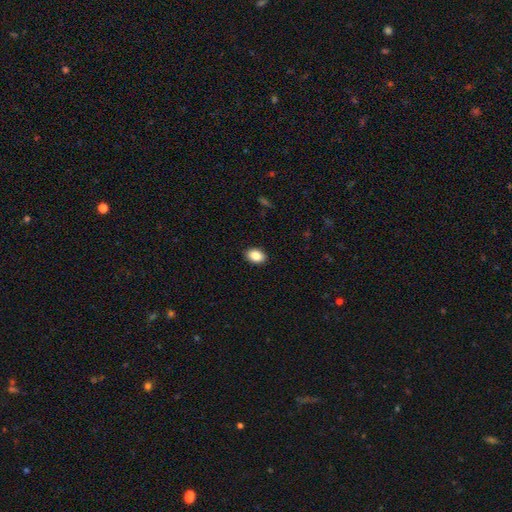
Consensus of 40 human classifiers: smooth-or-featured: smooth: 85% | star or artifact: 10% | featured or disk: 5%
  how-rounded: in between: 85% | round: 15% | cigar-shaped: 0%
  merging: none: 89% | major disturbance: 6% | minor disturbance: 3% | merger: 3%